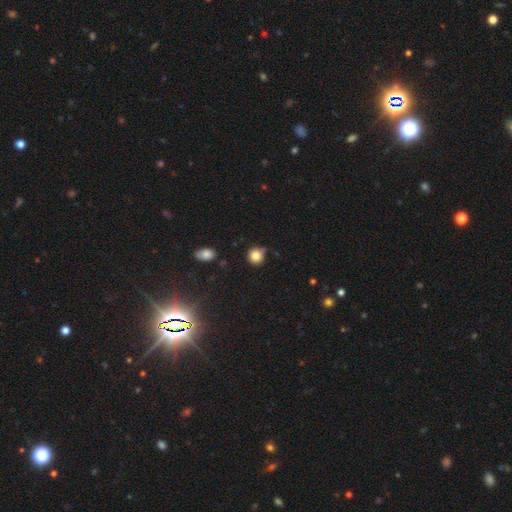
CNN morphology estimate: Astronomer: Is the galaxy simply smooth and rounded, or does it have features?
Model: smooth — 83%.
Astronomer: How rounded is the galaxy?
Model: round — 90%.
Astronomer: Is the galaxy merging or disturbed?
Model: none — 72%.